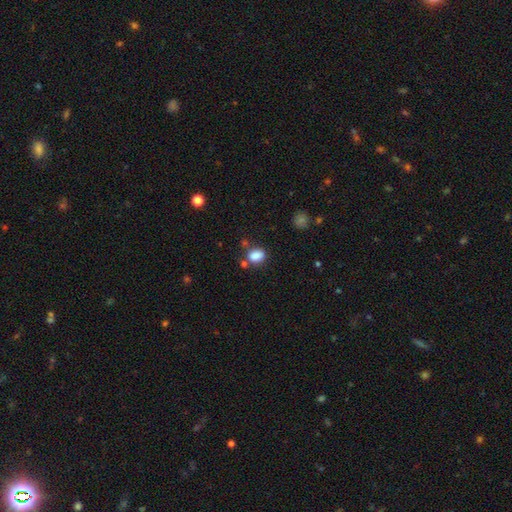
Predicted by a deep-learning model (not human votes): A smooth galaxy with no disk features (85%) that is in between round and cigar-shaped (70%). Merging: none (66%).